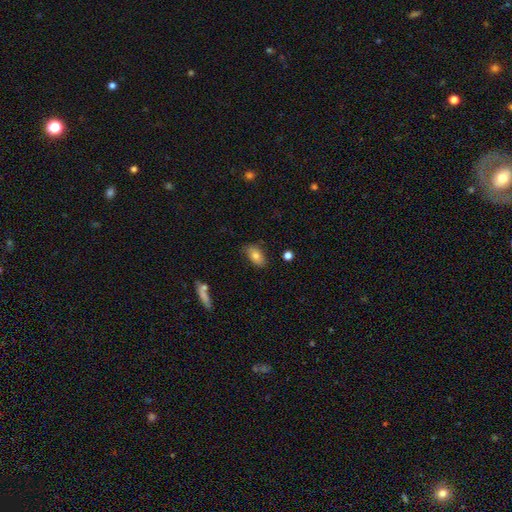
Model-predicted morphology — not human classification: A smooth galaxy with no disk features (78%) that is in between round and cigar-shaped (91%).

Vote fractions:
- Smooth or featured? smooth: 78% / featured or disk: 13% / star or artifact: 8%
- How rounded? in between: 91% / round: 6% / cigar-shaped: 3%
- Merging? none: 77% / minor disturbance: 17% / major disturbance: 3% / merger: 2%